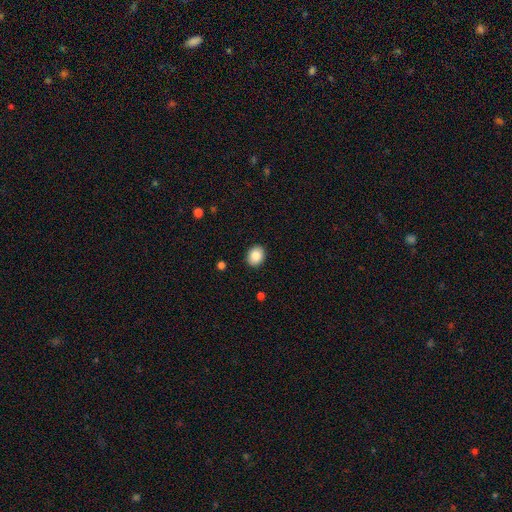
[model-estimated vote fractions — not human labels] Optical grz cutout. It shows a smooth galaxy with no disk features (87%) that is in between round and cigar-shaped (50%). Merging: none (90%).